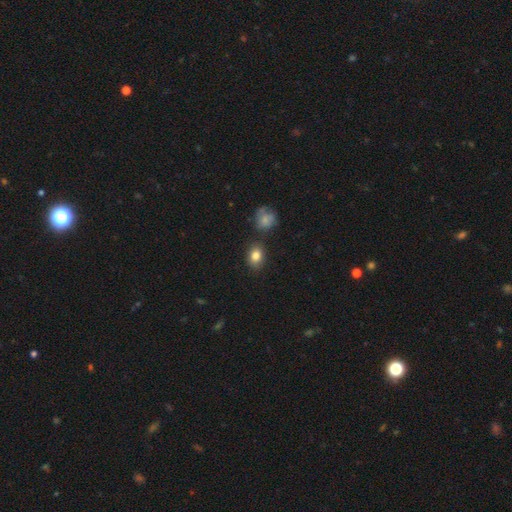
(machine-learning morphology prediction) smooth-or-featured: smooth: 83% | star or artifact: 9% | featured or disk: 8%
  how-rounded: in between: 63% | round: 36% | cigar-shaped: 1%
  merging: none: 80% | minor disturbance: 12% | merger: 6% | major disturbance: 3%